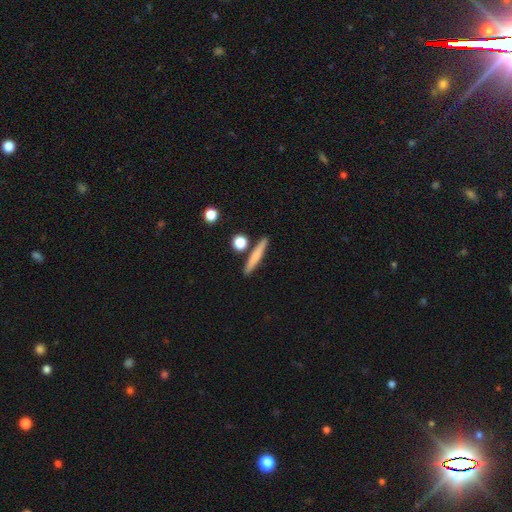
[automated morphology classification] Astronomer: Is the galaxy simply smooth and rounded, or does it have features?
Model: smooth — 70%.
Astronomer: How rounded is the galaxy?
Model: cigar-shaped — 88%.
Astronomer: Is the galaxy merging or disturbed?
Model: none — 84%.